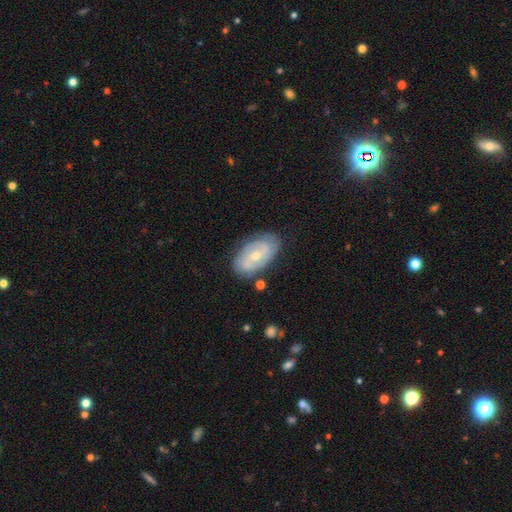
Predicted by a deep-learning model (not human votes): The model was most divided on "bulge size": small: 54%, moderate: 43%, large: 1%, none: 1%, dominant: 1%. More confident: edge-on disk — no (94%); spiral arms — yes (81%); merging — none (77%); smooth or featured — featured or disk (71%); bar — no (63%); spiral winding — tight (53%); spiral arm count — 2 (51%).